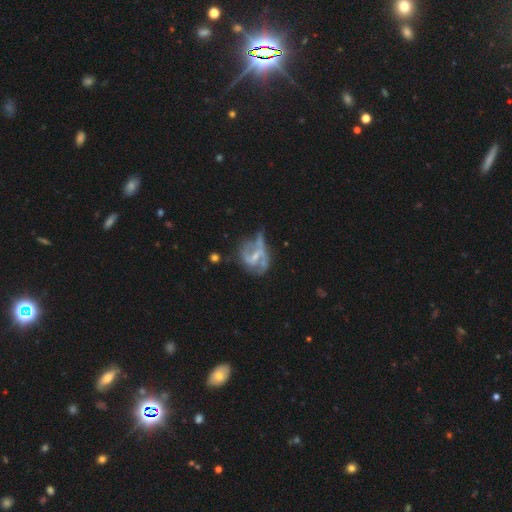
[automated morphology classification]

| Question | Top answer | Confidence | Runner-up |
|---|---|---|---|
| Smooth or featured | featured or disk | 77% | smooth (15%) |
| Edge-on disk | no | 97% | yes (3%) |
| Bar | weak | 49% | no (27%) |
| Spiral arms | yes | 78% | no (22%) |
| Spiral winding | medium | 42% | loose (40%) |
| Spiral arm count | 2 | 70% | can't tell (14%) |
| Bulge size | small | 54% | moderate (28%) |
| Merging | major disturbance | 31% | tied: none (31%) |